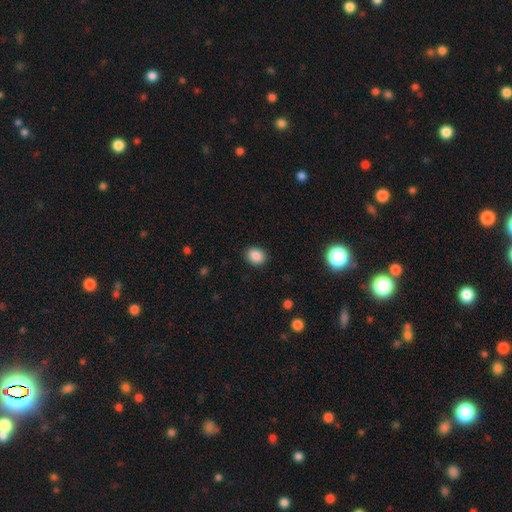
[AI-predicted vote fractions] smooth_or_featured: smooth (p=0.87) [alt: star or artifact p=0.09]
how_rounded: round (p=0.58) [alt: in between p=0.41]
merging: none (p=0.90) [alt: minor disturbance p=0.07]